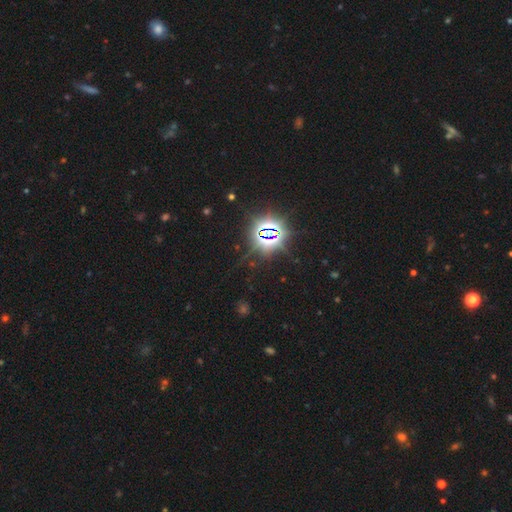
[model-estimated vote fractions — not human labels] A star or artifact, not a galaxy (73%).

Vote fractions:
- Smooth or featured? star or artifact: 73% / smooth: 21% / featured or disk: 6%